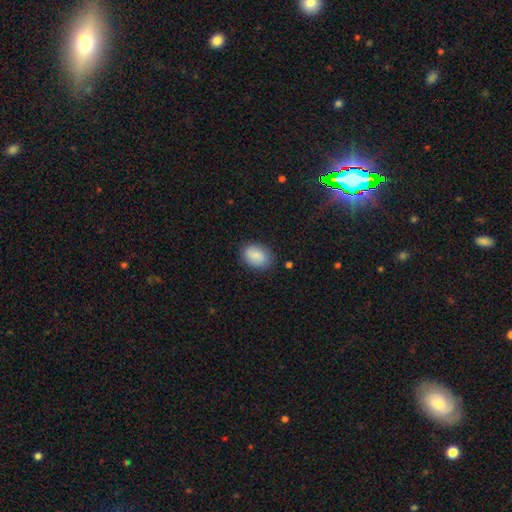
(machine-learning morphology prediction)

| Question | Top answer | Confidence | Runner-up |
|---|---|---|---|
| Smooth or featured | smooth | 85% | featured or disk (8%) |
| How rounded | in between | 78% | round (21%) |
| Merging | none | 82% | minor disturbance (13%) |